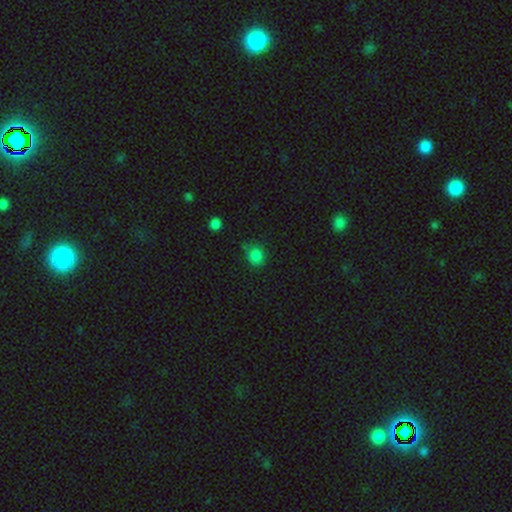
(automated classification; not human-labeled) Morphology: type=smooth (83%); roundness=round (78%); merging=none (75%).